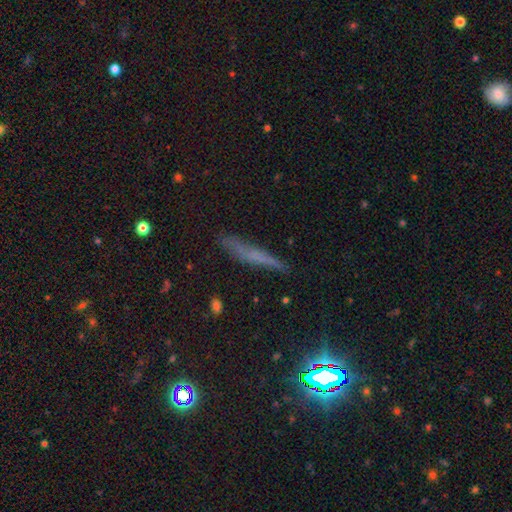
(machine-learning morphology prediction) Q: Smooth or featured?
A: smooth (45%); runner-up: featured or disk (34%)
Q: Merging?
A: none (77%); runner-up: minor disturbance (17%)